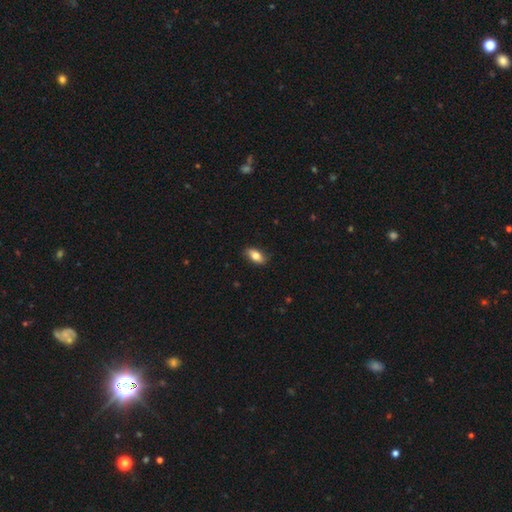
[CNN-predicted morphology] A smooth galaxy with no disk features (76%) that is in between round and cigar-shaped (86%).

Vote fractions:
- Smooth or featured? smooth: 76% / featured or disk: 17% / star or artifact: 7%
- How rounded? in between: 86% / cigar-shaped: 9% / round: 5%
- Merging? none: 83% / minor disturbance: 13% / major disturbance: 2% / merger: 1%